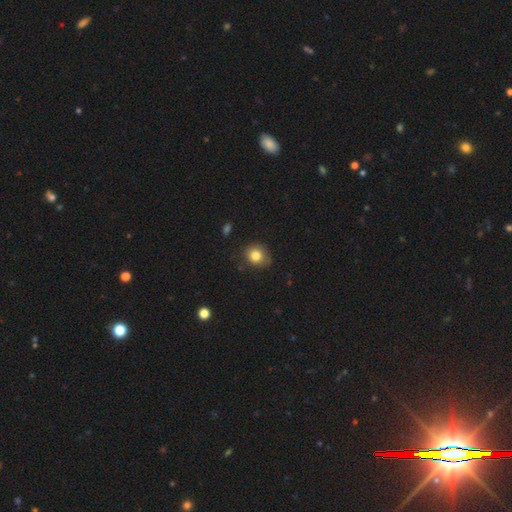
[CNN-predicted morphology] smooth_or_featured: smooth (p=0.82) [alt: star or artifact p=0.10]
how_rounded: round (p=0.74) [alt: in between p=0.25]
merging: none (p=0.77) [alt: minor disturbance p=0.18]